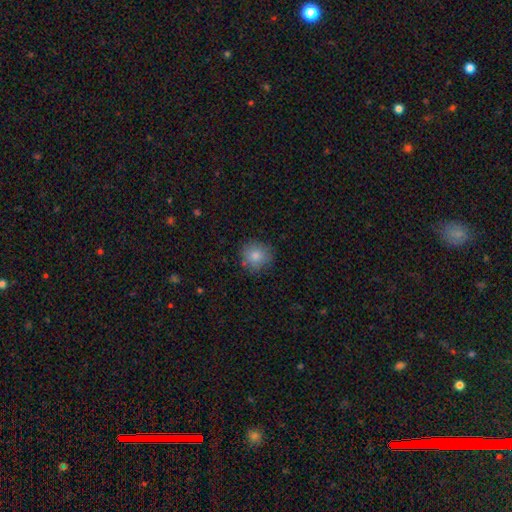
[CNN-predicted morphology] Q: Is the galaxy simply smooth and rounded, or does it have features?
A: smooth — 82%.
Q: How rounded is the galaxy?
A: round — 90%.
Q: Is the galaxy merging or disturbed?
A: none — 82%.